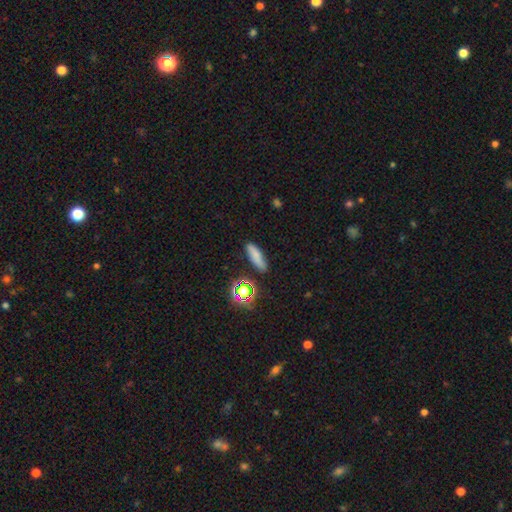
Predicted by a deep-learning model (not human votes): This appears to be a smooth galaxy with no disk features (74%) that is cigar-shaped (54%). Merging: none (81%).